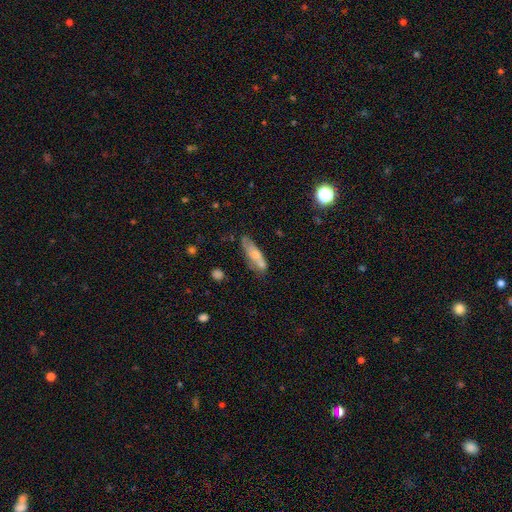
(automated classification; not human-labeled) The model was most divided on "how rounded": cigar-shaped: 51%, in between: 47%, round: 3%. More confident: smooth or featured — smooth (60%); merging — none (50%).